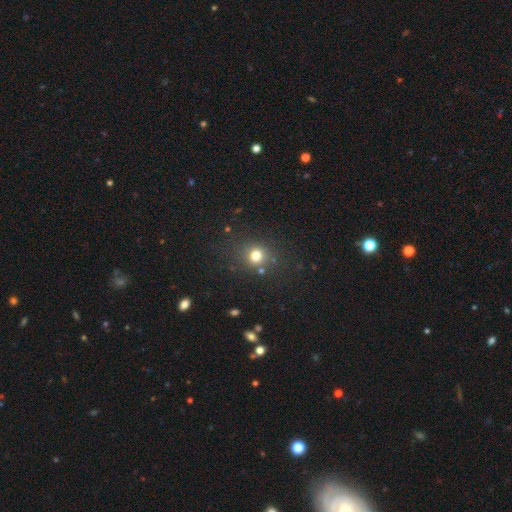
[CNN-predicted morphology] A smooth galaxy with no disk features (76%) that is round (85%). Merging: none (80%).